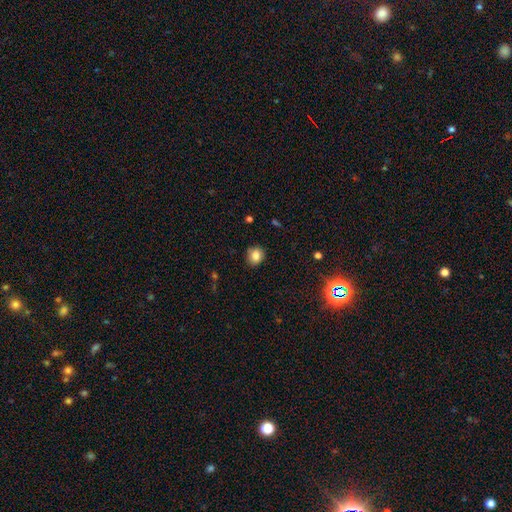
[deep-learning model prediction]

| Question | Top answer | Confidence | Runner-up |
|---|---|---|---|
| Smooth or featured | smooth | 83% | star or artifact (10%) |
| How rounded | round | 70% | in between (29%) |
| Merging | none | 85% | minor disturbance (11%) |